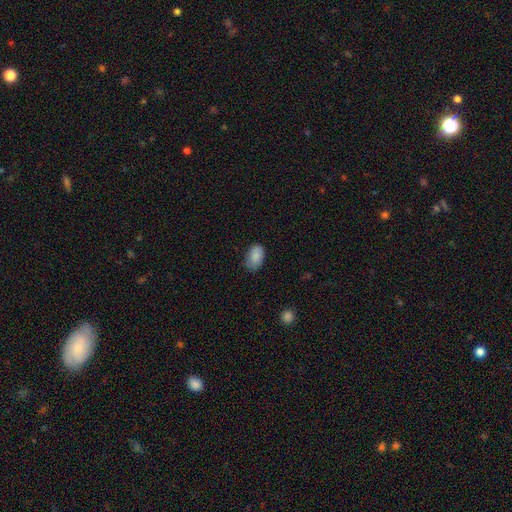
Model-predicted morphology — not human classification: smooth 87%, star or artifact 8%, featured or disk 6%. Down the decision tree: how rounded — in between (91%); merging — none (73%).